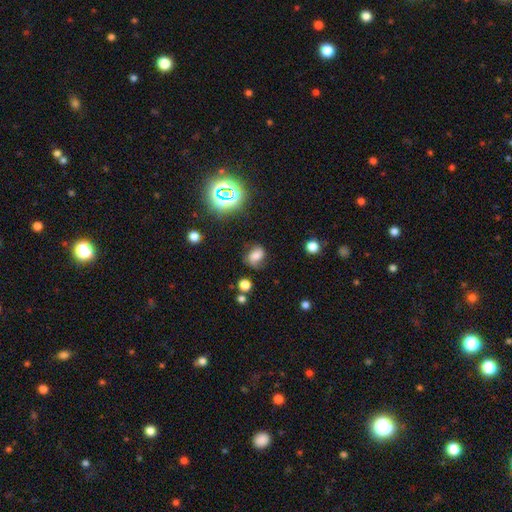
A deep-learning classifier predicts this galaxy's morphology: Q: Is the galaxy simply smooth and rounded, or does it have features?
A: smooth — 50%.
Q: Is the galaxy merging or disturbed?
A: none — 63%.